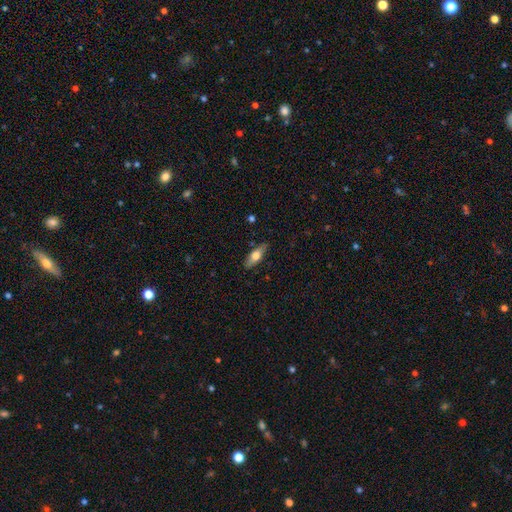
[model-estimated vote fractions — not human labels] Overall: smooth (60%; featured or disk 34%). How rounded: in between (63%; cigar-shaped 35%). Merging: none (85%).